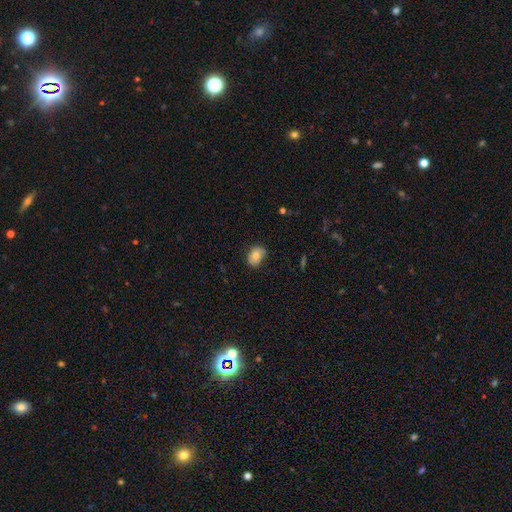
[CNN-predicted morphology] smooth-or-featured: smooth: 81% | featured or disk: 11% | star or artifact: 8%
  how-rounded: in between: 73% | round: 26% | cigar-shaped: 1%
  merging: none: 69% | minor disturbance: 26% | major disturbance: 4% | merger: 1%